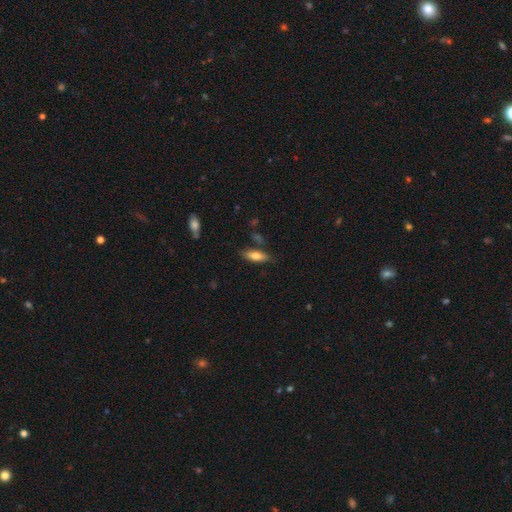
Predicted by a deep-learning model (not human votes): This is likely a smooth galaxy (77%). How rounded: likely in between (65%). Merging: likely none (76%).